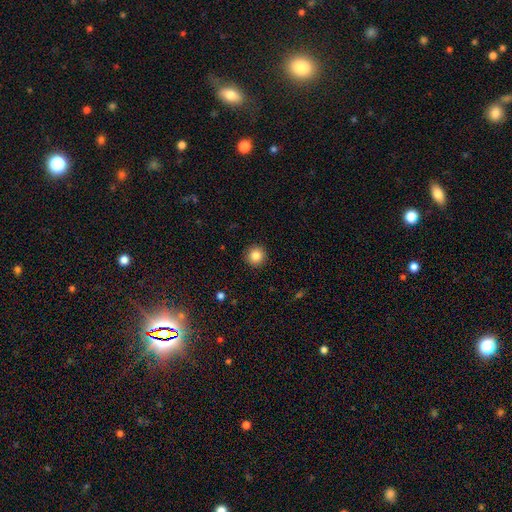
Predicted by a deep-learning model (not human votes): smooth_or_featured: smooth (p=0.84) [alt: star or artifact p=0.10]
how_rounded: round (p=0.95) [alt: in between p=0.04]
merging: none (p=0.93) [alt: minor disturbance p=0.05]